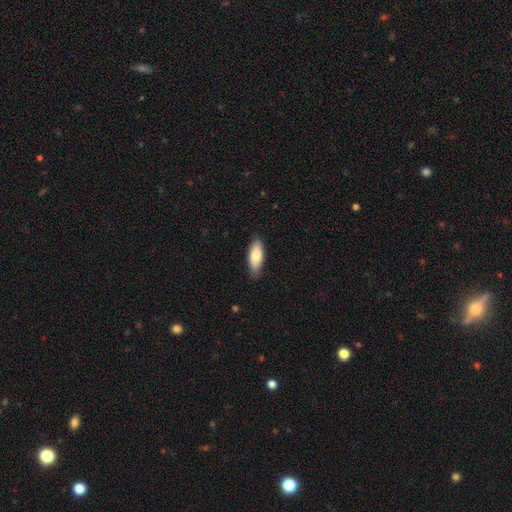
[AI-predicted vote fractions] Smooth or featured? Predicted: smooth (p=0.78). How rounded? Predicted: in between (p=0.80). Merging? Predicted: none (p=0.80).